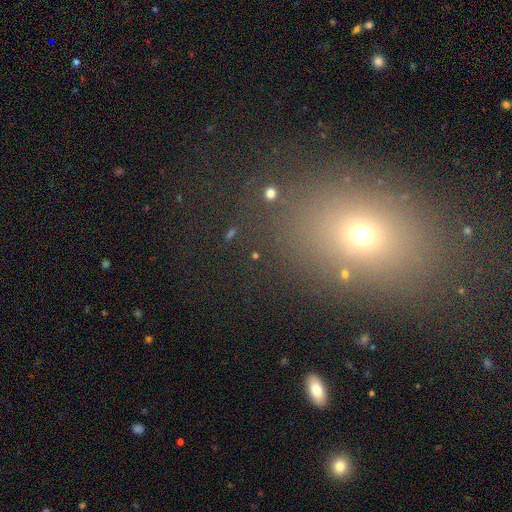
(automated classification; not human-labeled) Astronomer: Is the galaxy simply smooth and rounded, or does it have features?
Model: star or artifact — 46% (runner-up: smooth, 40%).